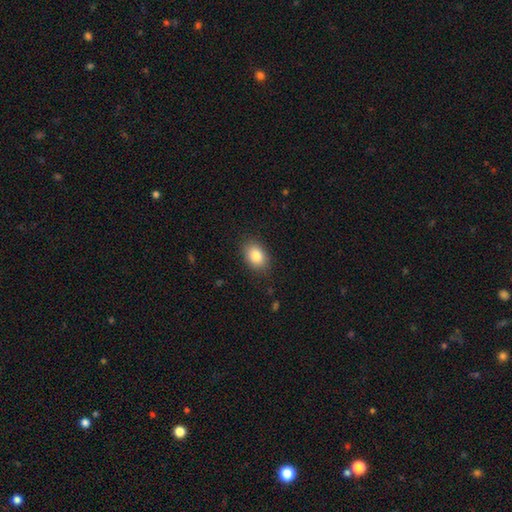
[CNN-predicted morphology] A smooth galaxy with no disk features (84%) that is in between round and cigar-shaped (79%).

Vote fractions:
- Smooth or featured? smooth: 84% / star or artifact: 8% / featured or disk: 8%
- How rounded? in between: 79% / round: 20% / cigar-shaped: 1%
- Merging? none: 86% / minor disturbance: 10% / major disturbance: 3% / merger: 1%